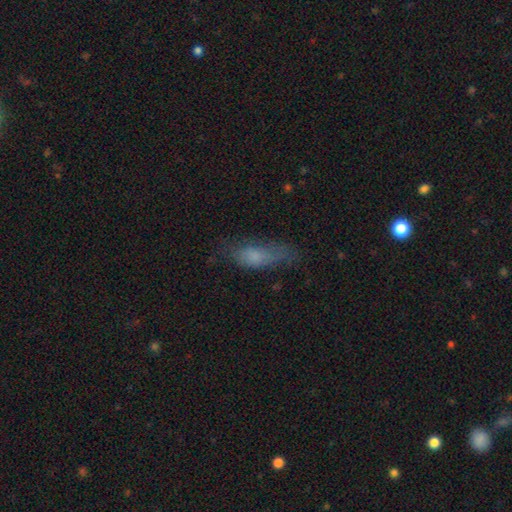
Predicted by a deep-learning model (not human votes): Smooth or featured? Predicted: smooth (p=0.69). How rounded? Predicted: in between (p=0.57). Merging? Predicted: none (p=0.49).